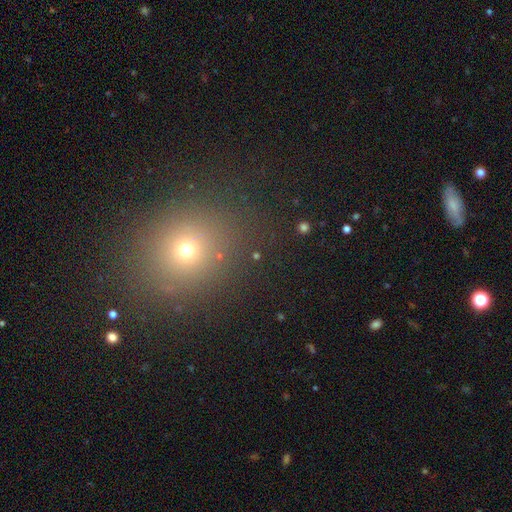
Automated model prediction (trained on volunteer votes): The model was most divided on "smooth or featured": smooth: 52%, star or artifact: 38%, featured or disk: 10%. More confident: merging — none (84%); how rounded — round (77%).